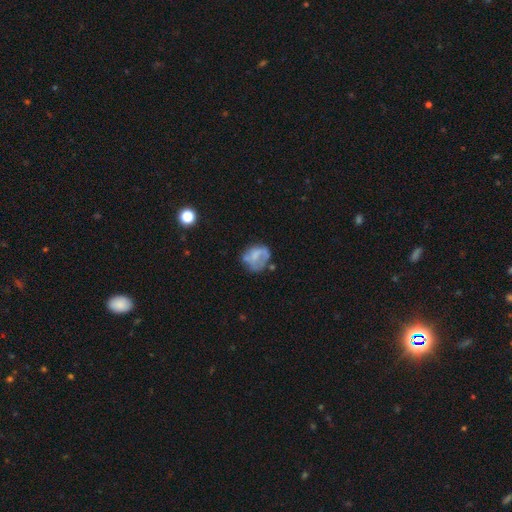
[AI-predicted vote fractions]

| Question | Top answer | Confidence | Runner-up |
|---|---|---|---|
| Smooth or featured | smooth | 49% | featured or disk (41%) |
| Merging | none | 44% | minor disturbance (26%) |